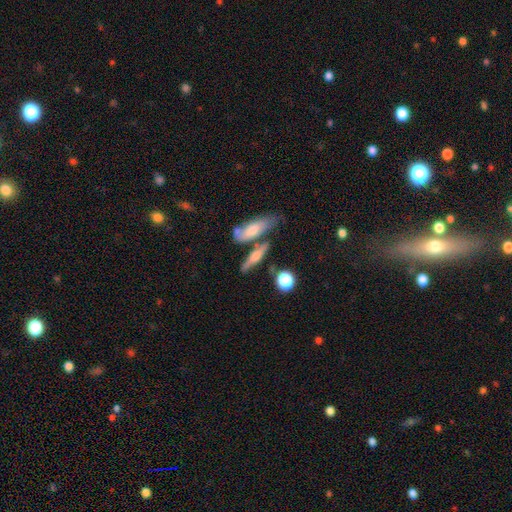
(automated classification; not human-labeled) Q: Smooth or featured?
A: featured or disk (50%); runner-up: smooth (42%)
Q: Merging?
A: none (61%); runner-up: merger (20%)